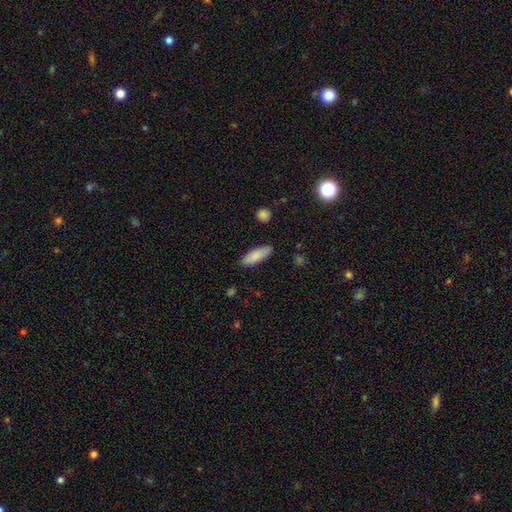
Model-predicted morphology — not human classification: This appears to be a smooth galaxy with no disk features (86%) that is in between round and cigar-shaped (64%). Merging: none (87%).